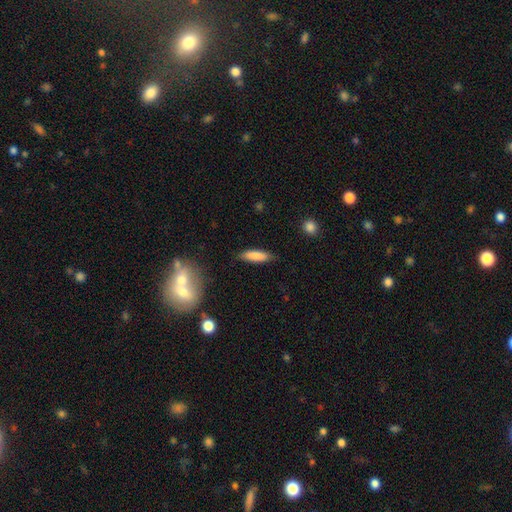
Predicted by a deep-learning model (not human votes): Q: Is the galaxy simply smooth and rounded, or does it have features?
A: smooth — 83%.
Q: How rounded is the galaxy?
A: cigar-shaped — 58%.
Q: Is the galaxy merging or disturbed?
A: none — 83%.